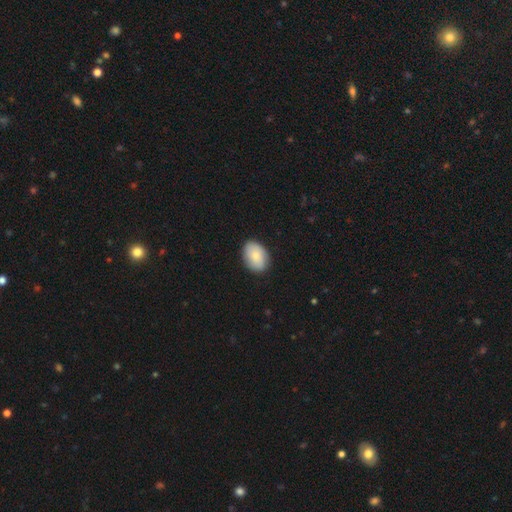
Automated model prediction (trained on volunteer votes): smooth_or_featured: smooth (p=0.83) [alt: featured or disk p=0.11]
how_rounded: in between (p=0.81) [alt: round p=0.18]
merging: none (p=0.86) [alt: minor disturbance p=0.11]